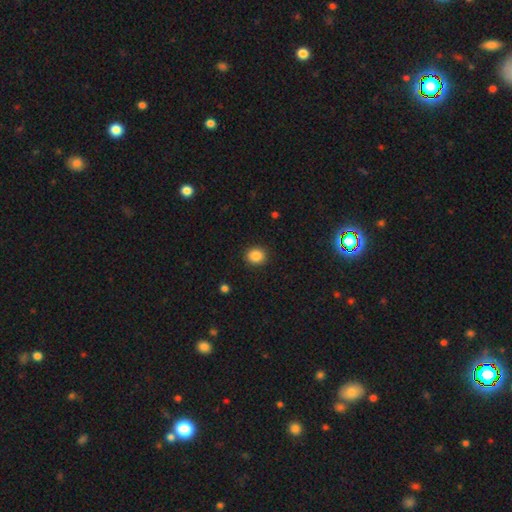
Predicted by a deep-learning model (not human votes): smooth 87%, star or artifact 10%, featured or disk 4%. Down the decision tree: how rounded — round (76%); merging — none (90%).